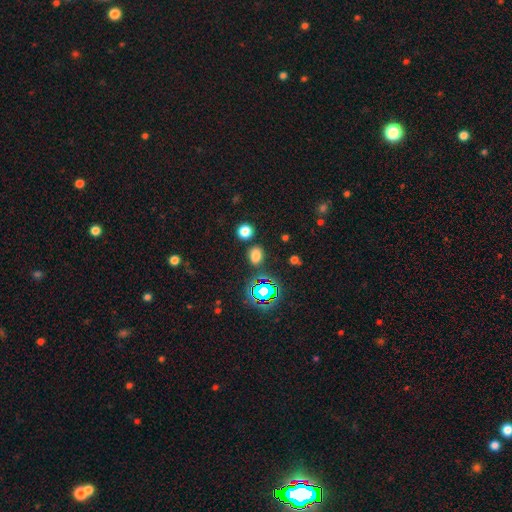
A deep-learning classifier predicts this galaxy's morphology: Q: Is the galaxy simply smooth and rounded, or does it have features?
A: smooth — 71%.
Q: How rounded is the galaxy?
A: in between — 58%.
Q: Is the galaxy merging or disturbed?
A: none — 81%.